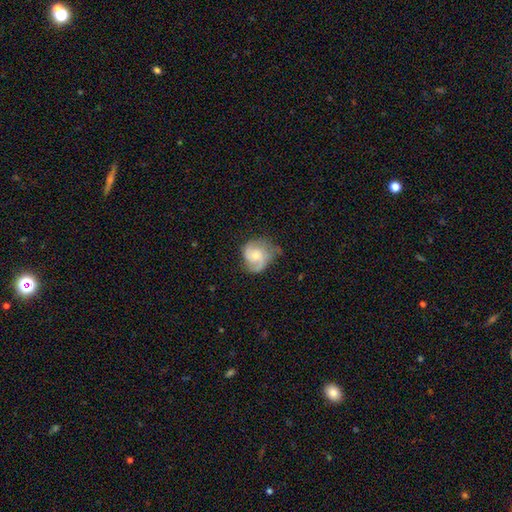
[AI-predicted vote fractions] The model was most divided on "bulge size": moderate: 46%, small: 45%, none: 4%, large: 4%, dominant: 1%. Remaining: edge-on disk — no (98%); spiral arms — yes (91%); bar — no (68%); spiral arm count — 2 (66%); smooth or featured — featured or disk (65%); merging — none (53%); spiral winding — medium (46%).